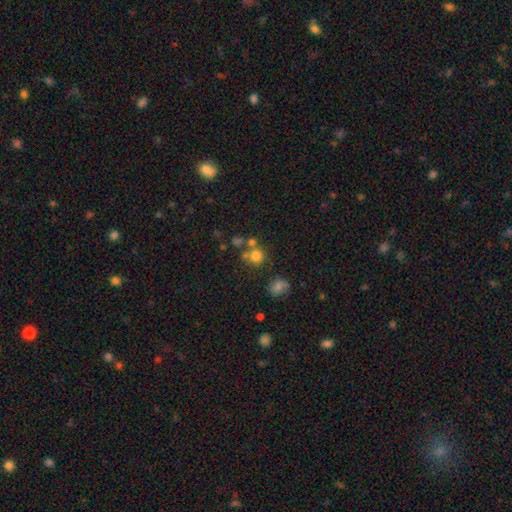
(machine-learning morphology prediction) The model was most divided on "merging": none: 59%, merger: 26%, minor disturbance: 10%, major disturbance: 5%. More confident: how rounded — round (88%); smooth or featured — smooth (73%).